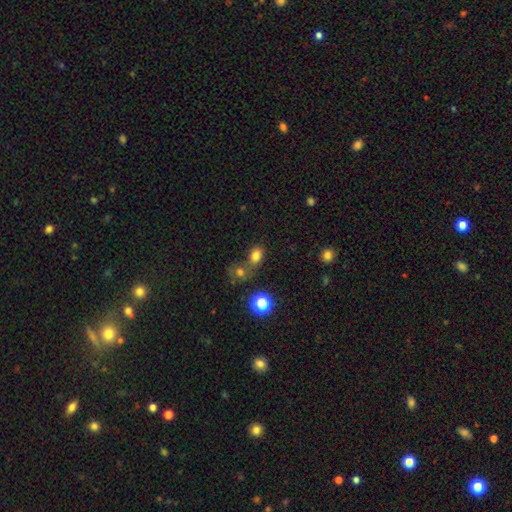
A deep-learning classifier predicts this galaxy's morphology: smooth 76%, star or artifact 16%, featured or disk 7%. Down the decision tree: how rounded — in between (59%); merging — none (51%).